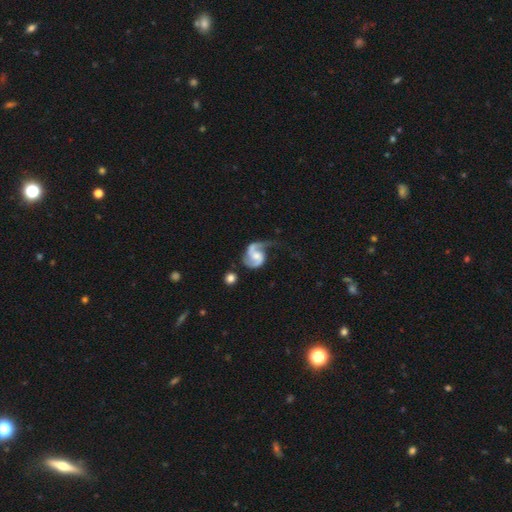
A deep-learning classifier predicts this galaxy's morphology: Smooth or featured? Predicted: featured or disk (p=0.89). Edge-on disk? Predicted: no (p=0.98). Bar? Predicted: no (p=0.46). Spiral arms? Predicted: yes (p=0.97). Spiral winding? Predicted: medium (p=0.51). Spiral arm count? Predicted: 2 (p=0.88). Bulge size? Predicted: moderate (p=0.42). Merging? Predicted: none (p=0.49).